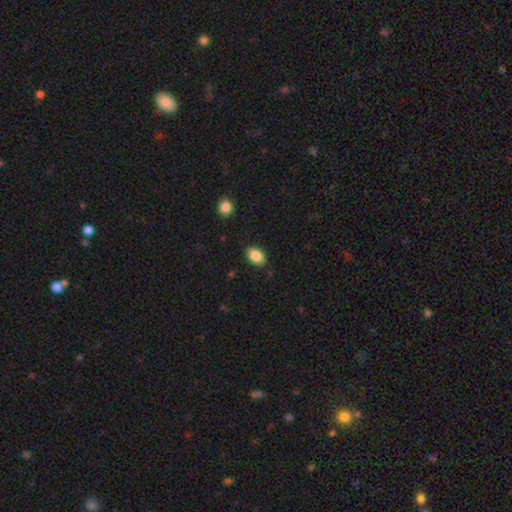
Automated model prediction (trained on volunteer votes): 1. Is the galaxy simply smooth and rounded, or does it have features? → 87% smooth, 8% star or artifact, 6% featured or disk.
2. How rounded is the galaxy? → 87% in between, 12% round, 1% cigar-shaped.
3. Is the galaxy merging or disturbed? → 86% none, 10% minor disturbance, 2% major disturbance, 1% merger.